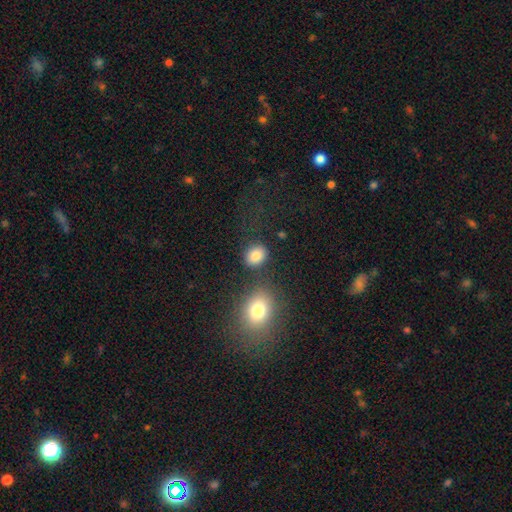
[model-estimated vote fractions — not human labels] The model was most divided on "how rounded": in between: 50%, round: 48%, cigar-shaped: 1%. More confident: smooth or featured — smooth (83%); merging — none (76%).